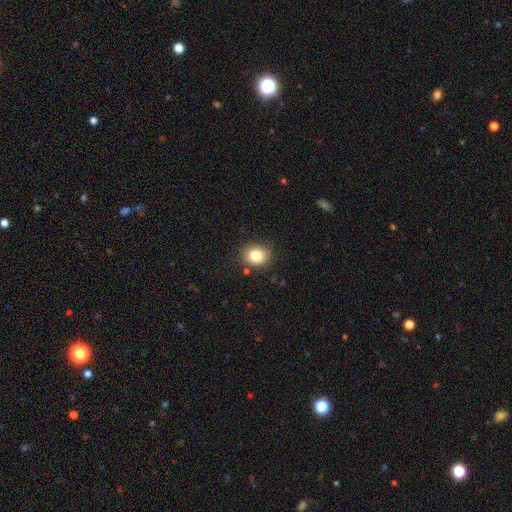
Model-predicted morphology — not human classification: smooth-or-featured: smooth: 84% | star or artifact: 10% | featured or disk: 6%
  how-rounded: round: 64% | in between: 35% | cigar-shaped: 1%
  merging: none: 83% | minor disturbance: 12% | major disturbance: 3% | merger: 2%